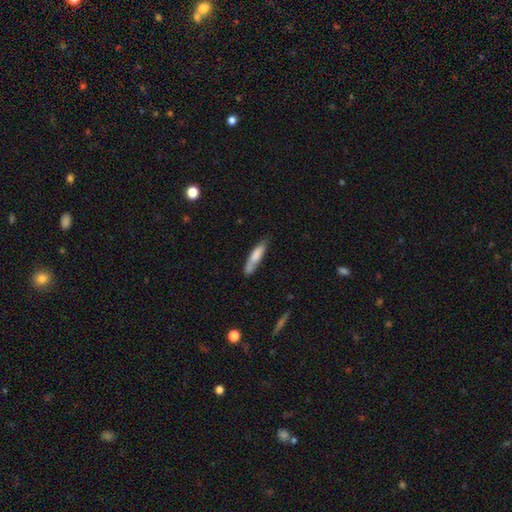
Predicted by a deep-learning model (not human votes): A smooth galaxy with no disk features (74%) that is cigar-shaped (78%).

Vote fractions:
- Smooth or featured? smooth: 74% / featured or disk: 21% / star or artifact: 6%
- How rounded? cigar-shaped: 78% / in between: 20% / round: 1%
- Merging? none: 60% / minor disturbance: 24% / merger: 10% / major disturbance: 6%